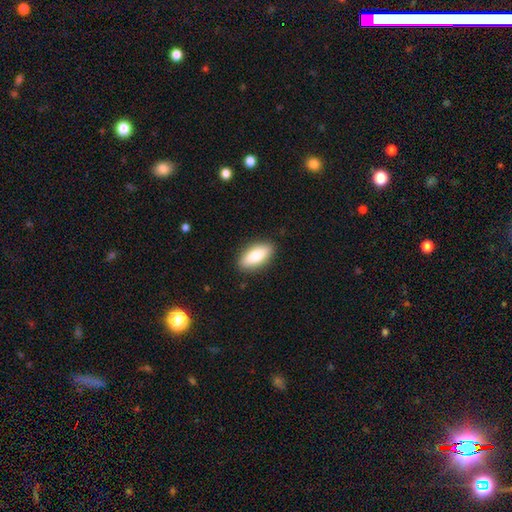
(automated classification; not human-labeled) Smooth or featured?
  - smooth: 82% *
  - featured or disk: 12%
  - star or artifact: 6%
How rounded?
  - in between: 82% *
  - cigar-shaped: 16%
  - round: 2%
Merging?
  - none: 88% *
  - minor disturbance: 9%
  - major disturbance: 2%
  - merger: 1%